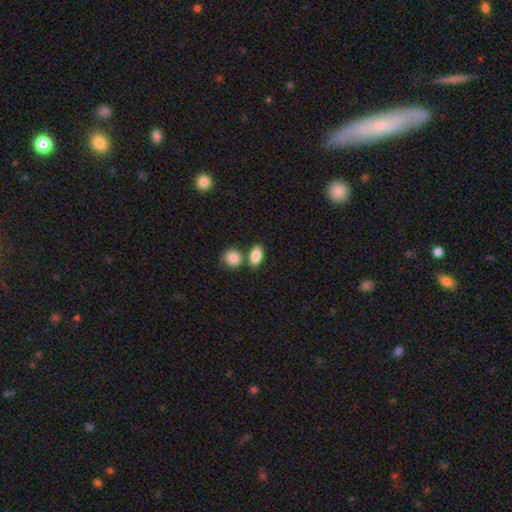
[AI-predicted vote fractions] This appears to be a smooth galaxy with no disk features (85%) that is in between round and cigar-shaped (85%). Merging: none (59%).